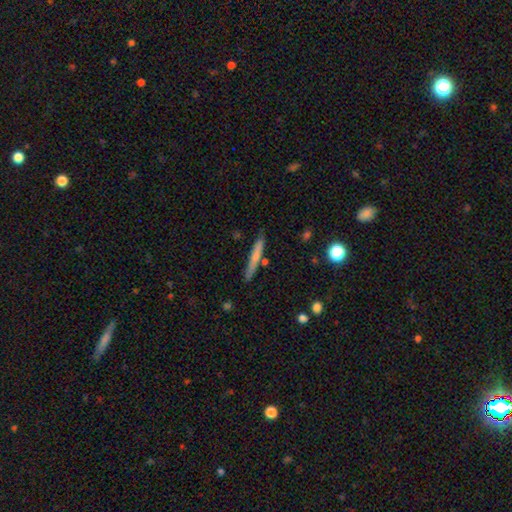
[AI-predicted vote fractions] The model was most divided on "smooth or featured": smooth: 61%, featured or disk: 32%, star or artifact: 7%. More confident: how rounded — cigar-shaped (95%); merging — none (82%).